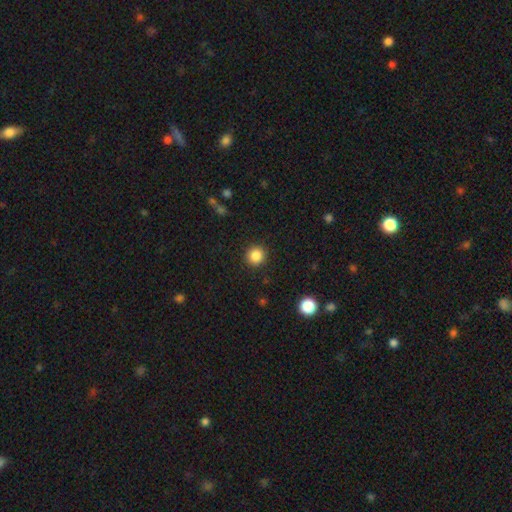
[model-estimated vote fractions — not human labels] smooth_or_featured: smooth (p=0.86) [alt: star or artifact p=0.10]
how_rounded: round (p=0.94) [alt: in between p=0.05]
merging: none (p=0.91) [alt: minor disturbance p=0.06]